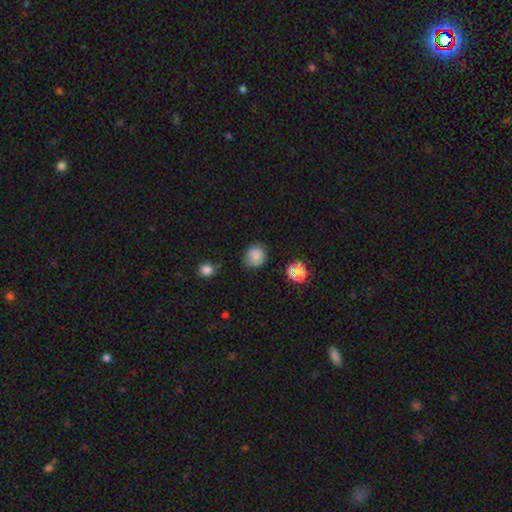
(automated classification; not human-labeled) This appears to be a smooth galaxy with no disk features (83%) that is round (80%). Merging: none (76%).